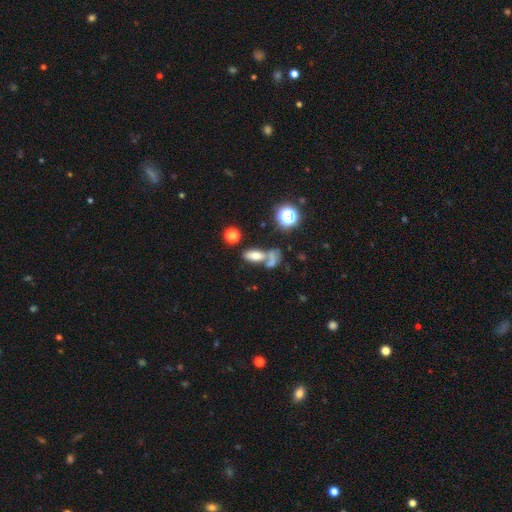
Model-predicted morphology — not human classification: Overall: smooth (68%). How rounded: in between (81%). Merging: none (41%, tied with merger).